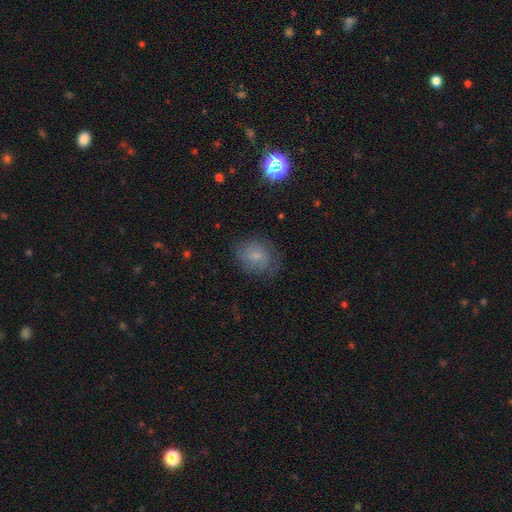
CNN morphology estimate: smooth_or_featured: smooth (p=0.59) [alt: featured or disk p=0.28]
how_rounded: round (p=0.57) [alt: in between p=0.42]
merging: none (p=0.69) [alt: minor disturbance p=0.21]